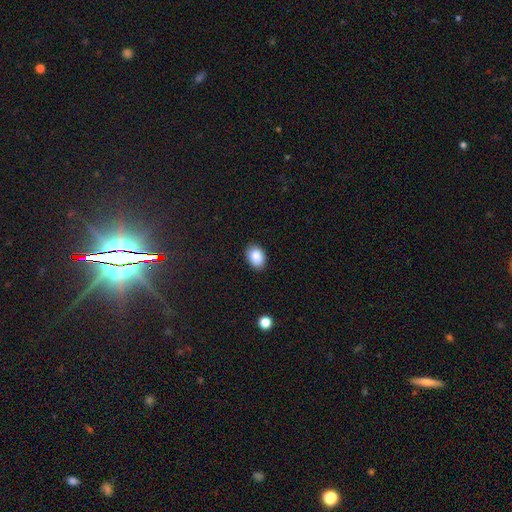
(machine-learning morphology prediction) A smooth galaxy with no disk features (87%) that is in between round and cigar-shaped (77%). Merging: none (88%).